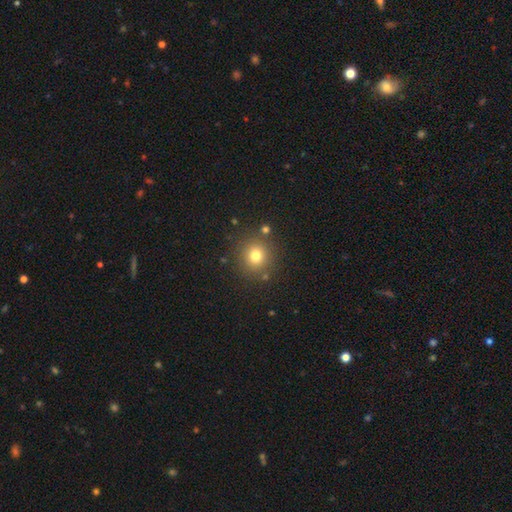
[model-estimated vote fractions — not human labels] Smooth or featured? Predicted: smooth (p=0.76). How rounded? Predicted: round (p=0.92). Merging? Predicted: none (p=0.85).